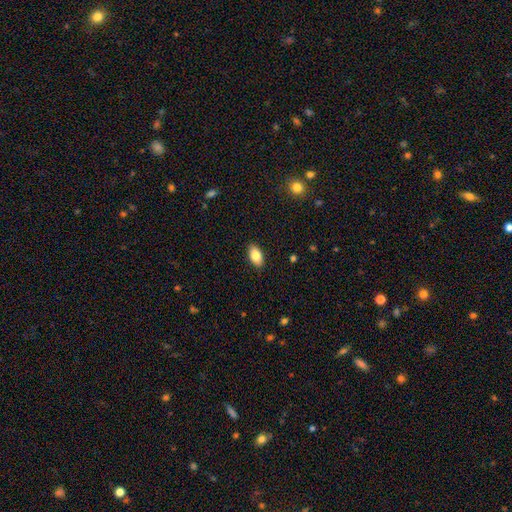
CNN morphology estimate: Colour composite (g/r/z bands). It shows a smooth galaxy with no disk features (84%) that is in between round and cigar-shaped (93%). Merging: none (89%).